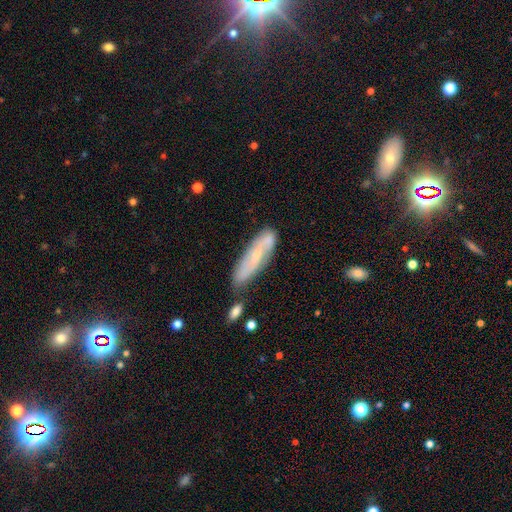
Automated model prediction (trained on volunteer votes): Smooth or featured? featured or disk (62%)
Edge-on disk? no (72%)
Merging? none (70%)